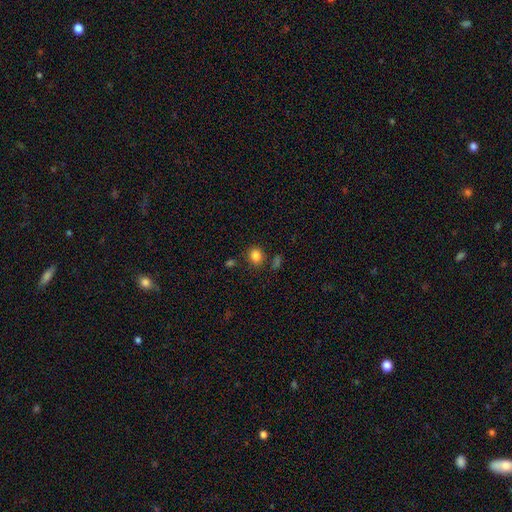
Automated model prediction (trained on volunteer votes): Smooth or featured? smooth (83%)
How rounded? round (71%)
Merging? none (81%)